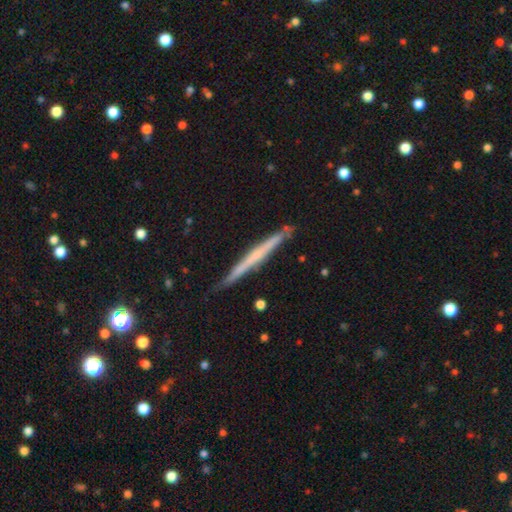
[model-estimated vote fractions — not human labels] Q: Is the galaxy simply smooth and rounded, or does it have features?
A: featured or disk — 58%.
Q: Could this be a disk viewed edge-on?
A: yes — 97%.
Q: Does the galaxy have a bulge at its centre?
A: none — 77%.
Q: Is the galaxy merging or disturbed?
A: none — 86%.